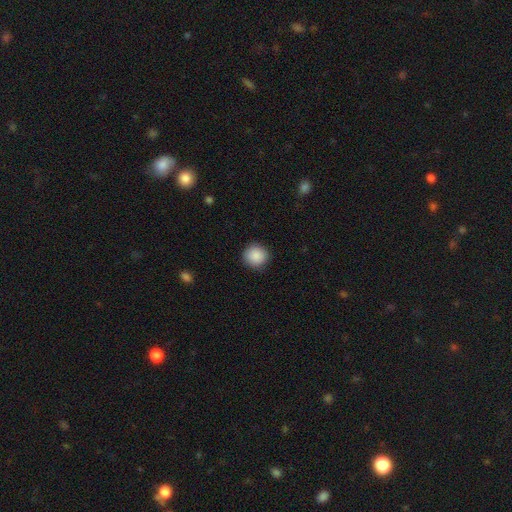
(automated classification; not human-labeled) The model was most divided on "smooth or featured": smooth: 89%, star or artifact: 8%, featured or disk: 3%. More confident: how rounded — round (92%); merging — none (90%).